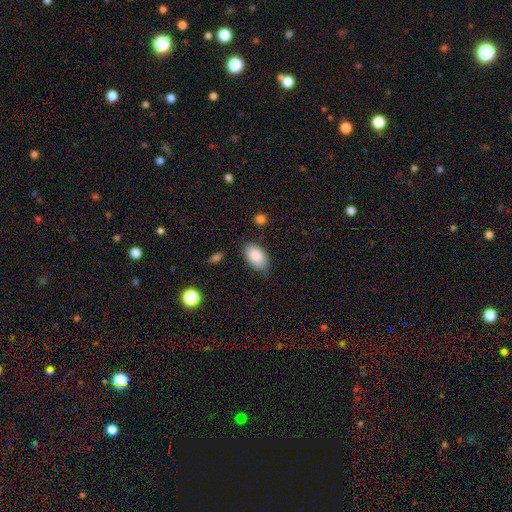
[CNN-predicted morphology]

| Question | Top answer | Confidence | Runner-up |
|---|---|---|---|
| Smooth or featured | smooth | 85% | featured or disk (9%) |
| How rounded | in between | 94% | round (5%) |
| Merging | none | 70% | minor disturbance (23%) |